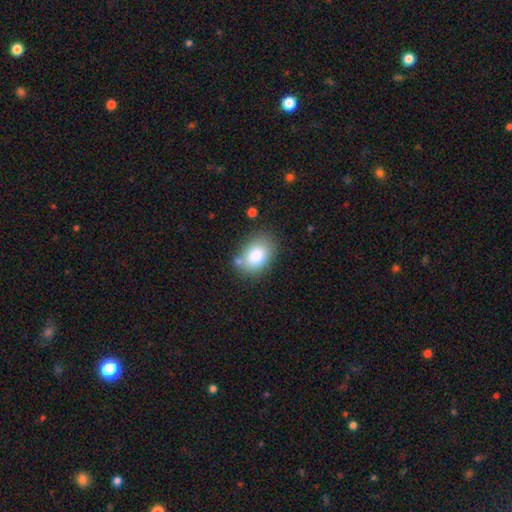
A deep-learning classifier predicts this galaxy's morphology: A smooth galaxy with no disk features (81%) that is in between round and cigar-shaped (74%). Merging: none (70%).